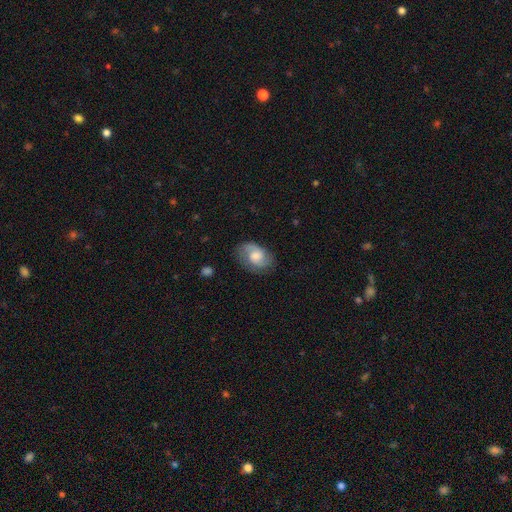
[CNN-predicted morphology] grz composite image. It shows a featured or disk galaxy (65%) with no bar (61%), 2 (81%) medium (48%) spiral arms (92%) and a moderate central bulge (50%). Merging: none (74%).